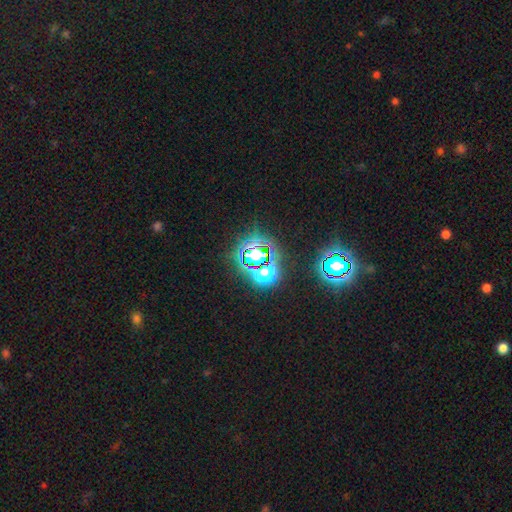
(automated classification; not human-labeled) The model was most divided on "smooth or featured": star or artifact: 72%, smooth: 18%, featured or disk: 9%.